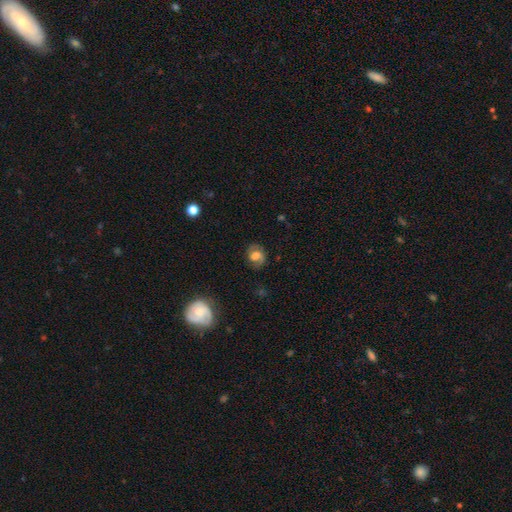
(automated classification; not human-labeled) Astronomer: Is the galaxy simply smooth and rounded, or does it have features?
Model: featured or disk — 46% (runner-up: smooth, 44%).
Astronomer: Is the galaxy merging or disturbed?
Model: none — 74%.